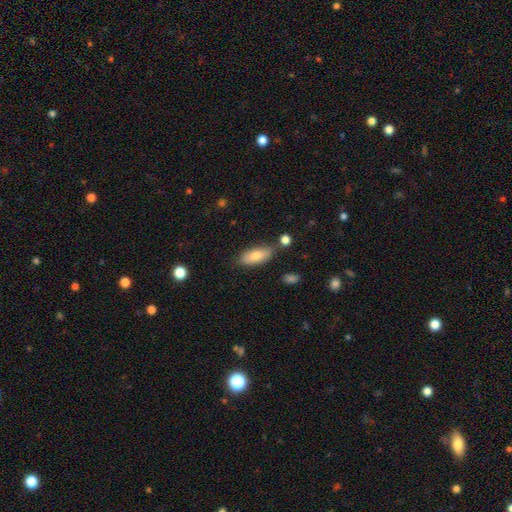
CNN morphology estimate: This appears to be a smooth galaxy with no disk features (76%) that is in between round and cigar-shaped (77%). Merging: none (77%).